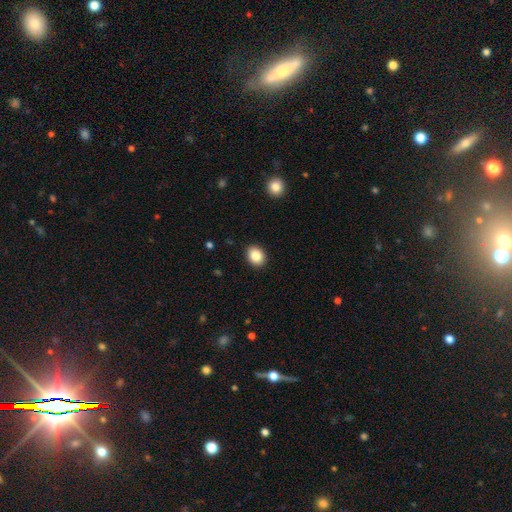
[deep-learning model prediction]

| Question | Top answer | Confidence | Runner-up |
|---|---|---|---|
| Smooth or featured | smooth | 87% | star or artifact (8%) |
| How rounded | in between | 56% | round (43%) |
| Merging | none | 90% | minor disturbance (7%) |